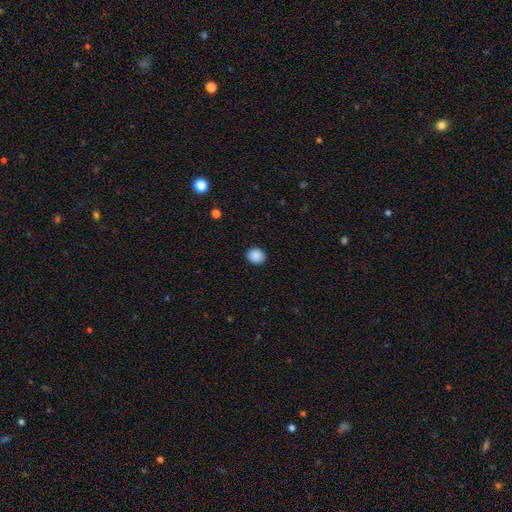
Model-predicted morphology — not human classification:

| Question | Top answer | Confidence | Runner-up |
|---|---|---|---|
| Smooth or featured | smooth | 89% | star or artifact (8%) |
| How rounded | round | 75% | in between (25%) |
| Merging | none | 91% | minor disturbance (6%) |